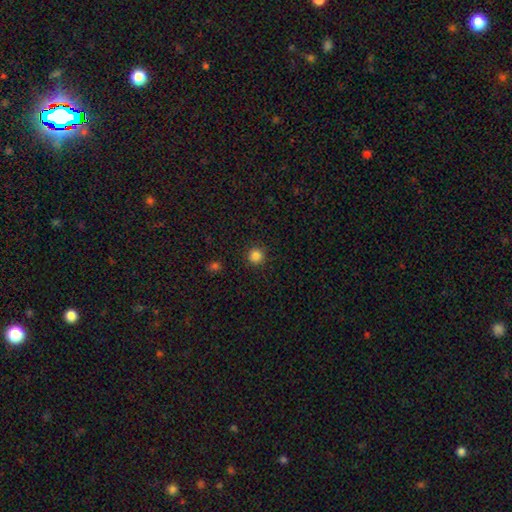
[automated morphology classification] A smooth galaxy with no disk features (85%) that is round (96%).

Vote fractions:
- Smooth or featured? smooth: 85% / star or artifact: 11% / featured or disk: 3%
- How rounded? round: 96% / in between: 3% / cigar-shaped: 1%
- Merging? none: 92% / minor disturbance: 5% / major disturbance: 2% / merger: 1%